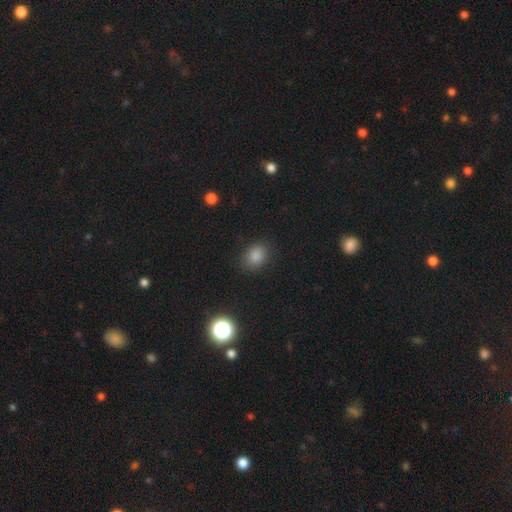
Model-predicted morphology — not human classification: This is clearly a smooth galaxy (80%). How rounded: likely in between (60%). Merging: clearly none (84%).